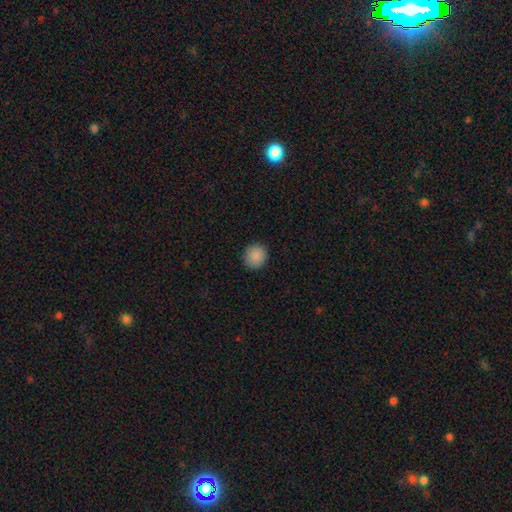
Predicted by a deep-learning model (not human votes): Smooth or featured: smooth — 89% (star or artifact — 9%)
How rounded: round — 88% (in between — 11%)
Merging: none — 91% (minor disturbance — 7%)